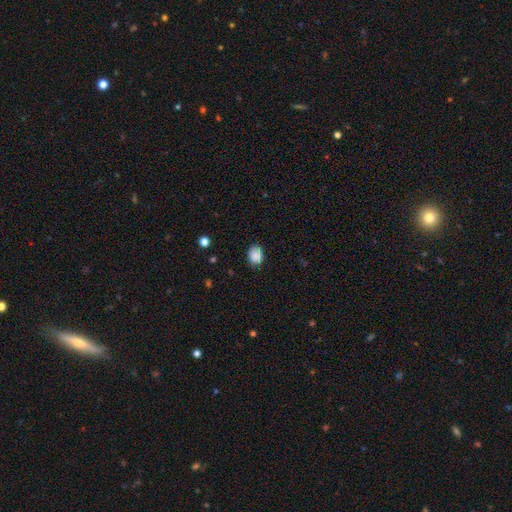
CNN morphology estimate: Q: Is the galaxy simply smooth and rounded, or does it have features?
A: smooth — 87%.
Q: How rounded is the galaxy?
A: in between — 52%.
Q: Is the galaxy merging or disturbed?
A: none — 77%.